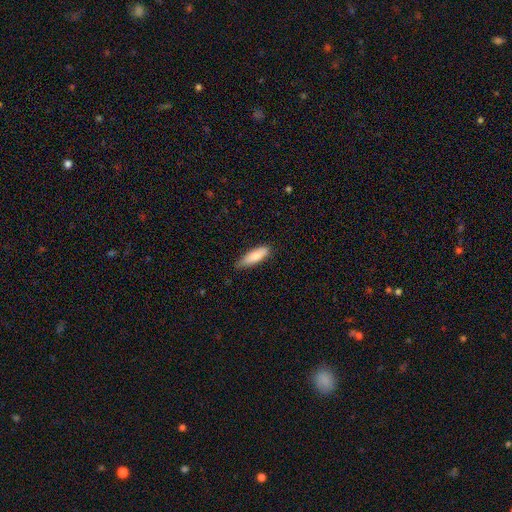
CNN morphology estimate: The model was most divided on "how rounded": cigar-shaped: 50%, in between: 48%, round: 2%. More confident: smooth or featured — smooth (84%); merging — none (77%).